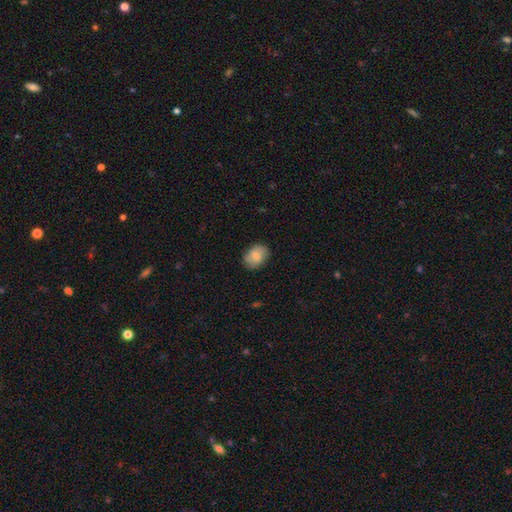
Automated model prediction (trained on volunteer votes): smooth_or_featured: smooth (p=0.78) [alt: featured or disk p=0.15]
how_rounded: in between (p=0.67) [alt: round p=0.32]
merging: none (p=0.82) [alt: minor disturbance p=0.14]